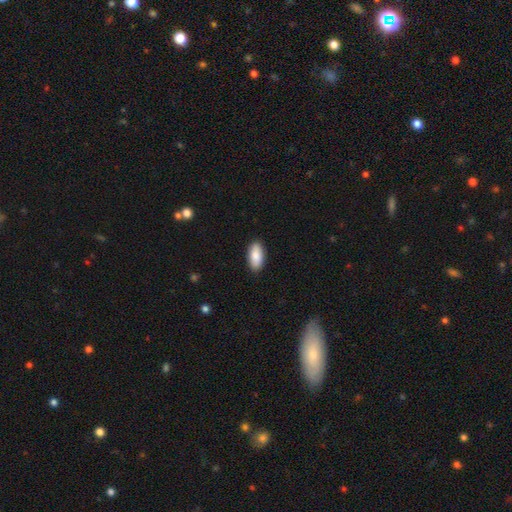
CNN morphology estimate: smooth 87%, featured or disk 7%, star or artifact 6%. Down the decision tree: how rounded — in between (90%); merging — none (89%).